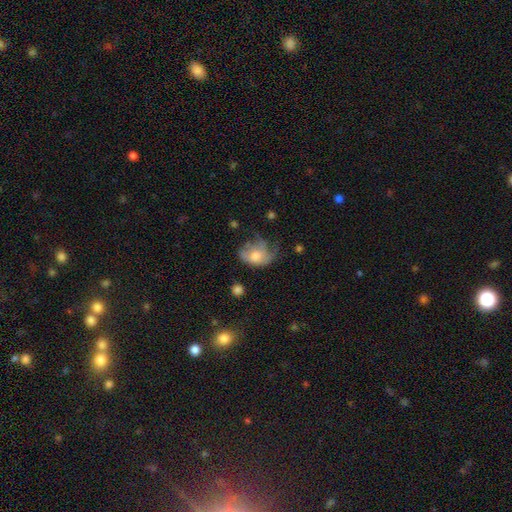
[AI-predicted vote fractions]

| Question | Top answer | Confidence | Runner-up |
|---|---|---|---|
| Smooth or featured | smooth | 53% | featured or disk (37%) |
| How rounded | in between | 67% | round (31%) |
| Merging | major disturbance | 35% | none (31%) |